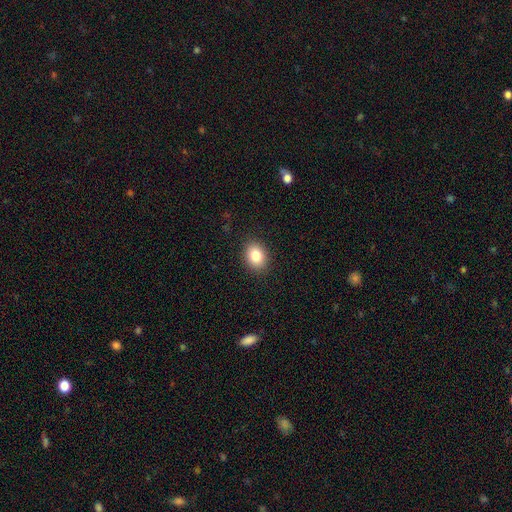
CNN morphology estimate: This appears to be a smooth galaxy with no disk features (84%) that is in between round and cigar-shaped (61%). Merging: none (89%).